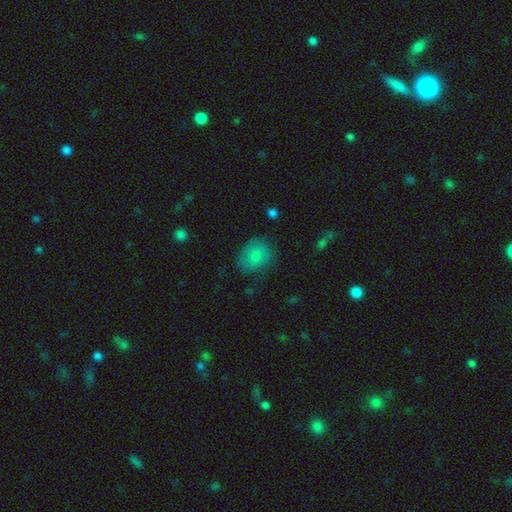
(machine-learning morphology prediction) Smooth or featured: smooth — 71% (featured or disk — 20%)
How rounded: in between — 55% (round — 44%)
Merging: none — 63% (minor disturbance — 25%)